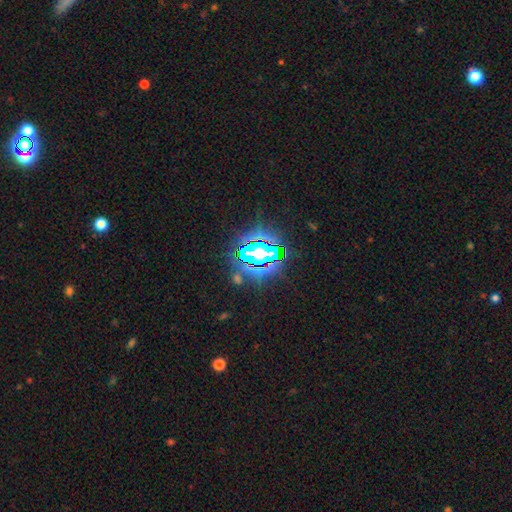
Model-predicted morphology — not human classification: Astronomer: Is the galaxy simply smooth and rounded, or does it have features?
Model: star or artifact — 84%.